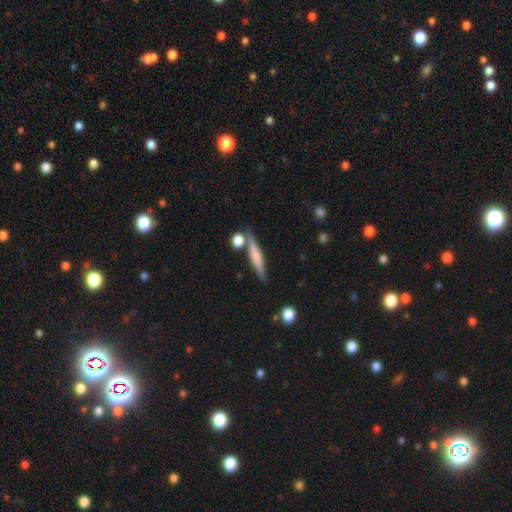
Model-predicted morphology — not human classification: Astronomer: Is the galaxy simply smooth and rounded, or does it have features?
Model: smooth — 53% (runner-up: featured or disk, 40%).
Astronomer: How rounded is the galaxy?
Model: cigar-shaped — 87%.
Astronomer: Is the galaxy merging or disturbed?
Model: none — 74%.